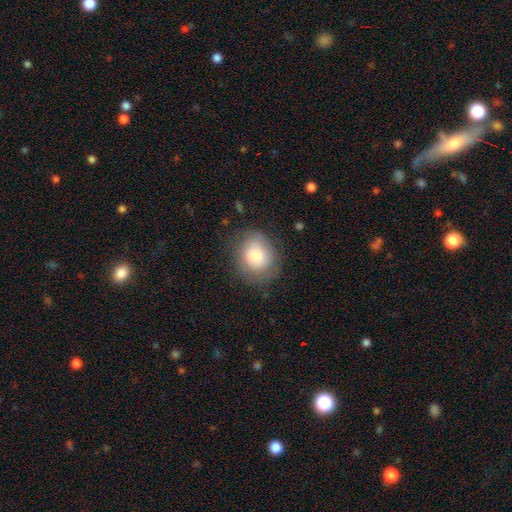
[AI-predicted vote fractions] This appears to be a smooth galaxy with no disk features (73%) that is round (64%). Merging: none (74%).